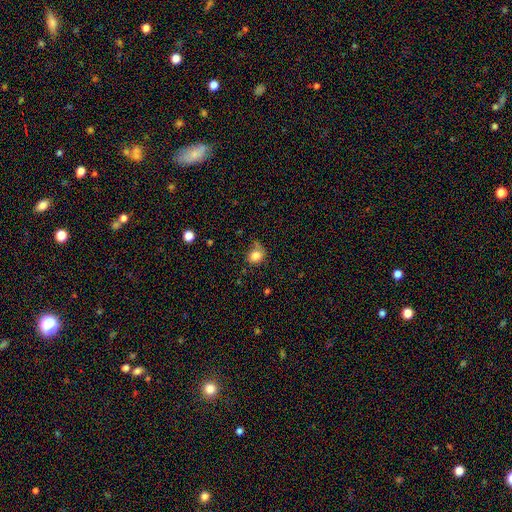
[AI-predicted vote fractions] Smooth or featured? Predicted: smooth (p=0.81). How rounded? Predicted: round (p=0.66). Merging? Predicted: none (p=0.54).